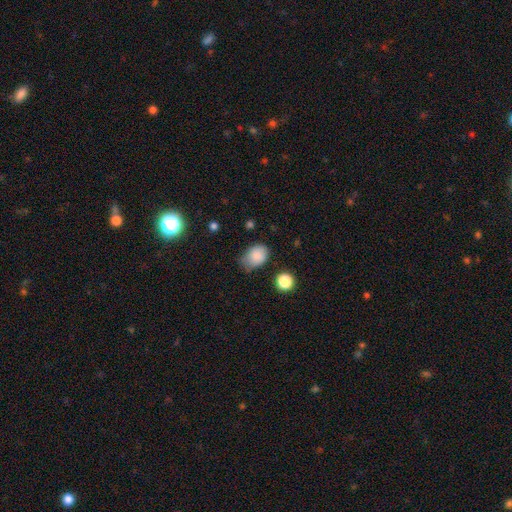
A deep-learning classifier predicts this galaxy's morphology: type=smooth (85%); roundness=in between (69%); merging=none (51%).